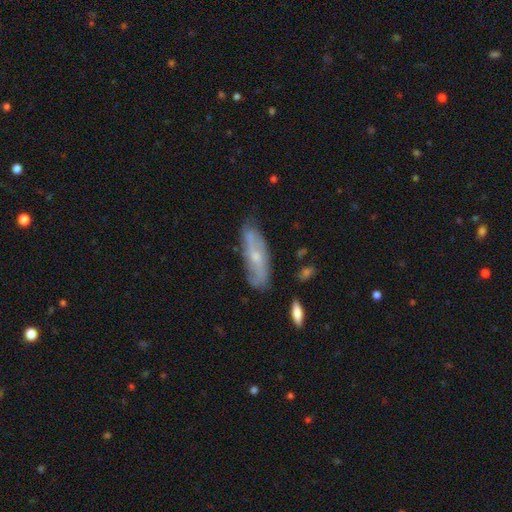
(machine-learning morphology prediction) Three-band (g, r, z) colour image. It shows a featured or disk galaxy (65%). Merging: none (69%).